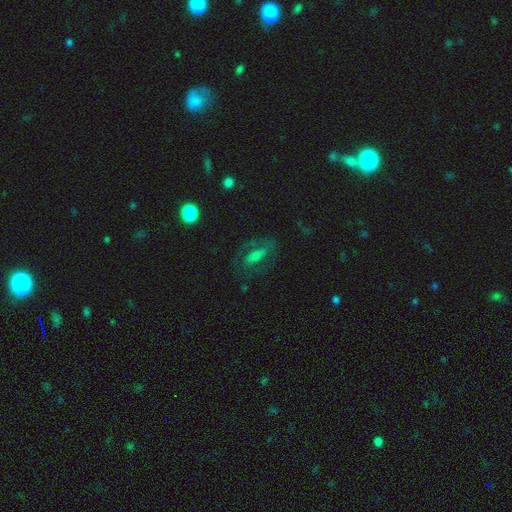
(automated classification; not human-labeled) Q: Smooth or featured?
A: featured or disk (57%); runner-up: smooth (29%)
Q: Edge-on disk?
A: no (90%); runner-up: yes (10%)
Q: Bar?
A: no (40%); runner-up: weak (35%)
Q: Spiral arms?
A: yes (67%); runner-up: no (33%)
Q: Bulge size?
A: small (41%); runner-up: moderate (36%)
Q: Merging?
A: none (65%); runner-up: minor disturbance (17%)